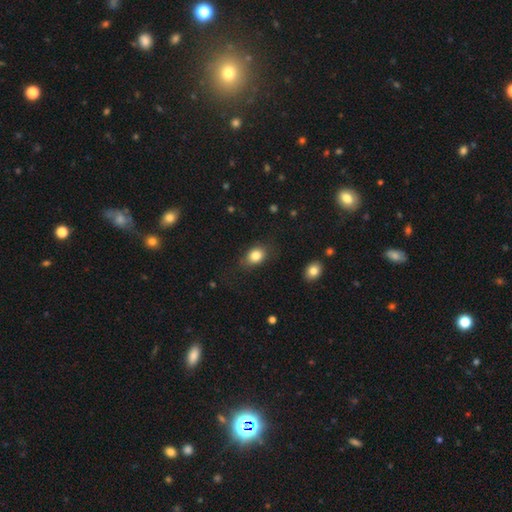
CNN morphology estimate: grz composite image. It shows a smooth galaxy with no disk features (83%) that is in between round and cigar-shaped (62%). Merging: none (75%).